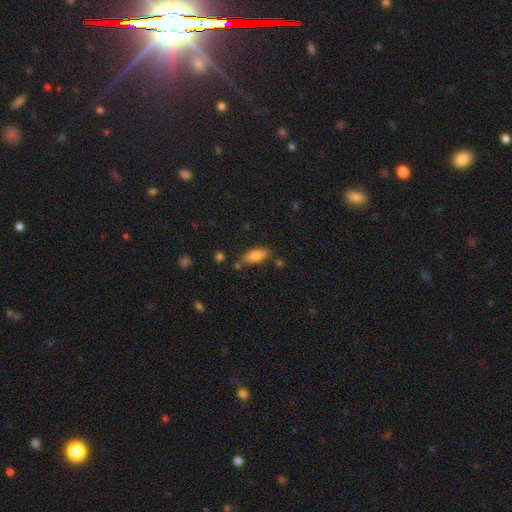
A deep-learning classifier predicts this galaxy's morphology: Smooth or featured?
  - smooth: 83% *
  - featured or disk: 9%
  - star or artifact: 8%
How rounded?
  - in between: 82% *
  - cigar-shaped: 15%
  - round: 3%
Merging?
  - none: 73% *
  - minor disturbance: 17%
  - merger: 6%
  - major disturbance: 4%